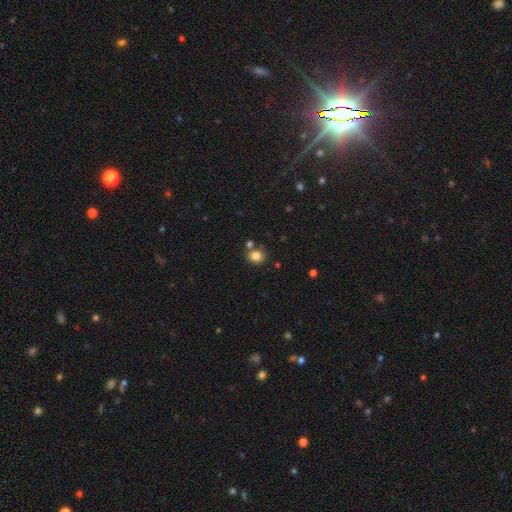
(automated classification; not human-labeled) Smooth or featured?
  - smooth: 82% *
  - star or artifact: 11%
  - featured or disk: 6%
How rounded?
  - round: 64% *
  - in between: 35%
  - cigar-shaped: 1%
Merging?
  - none: 72% *
  - merger: 14%
  - minor disturbance: 11%
  - major disturbance: 3%